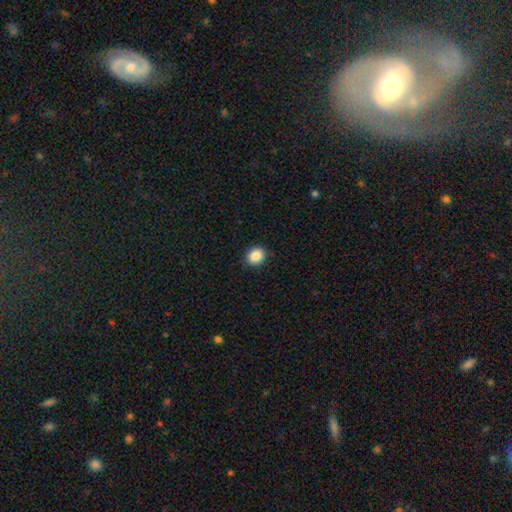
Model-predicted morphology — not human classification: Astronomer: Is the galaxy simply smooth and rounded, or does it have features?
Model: smooth — 88%.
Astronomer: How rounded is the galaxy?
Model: round — 68%.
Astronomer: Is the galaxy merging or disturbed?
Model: none — 89%.